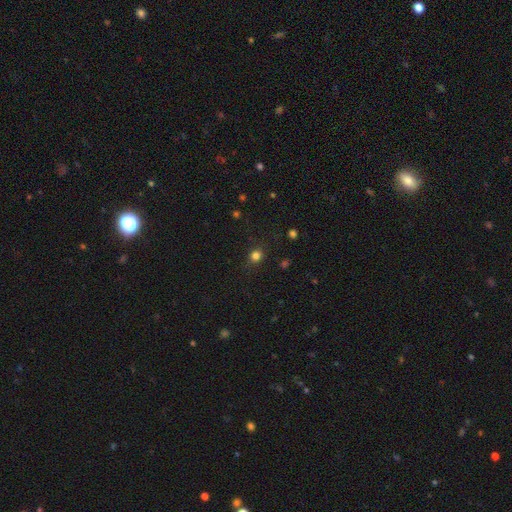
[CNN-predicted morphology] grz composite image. It shows a smooth galaxy with no disk features (79%) that is round (83%). Merging: none (86%).